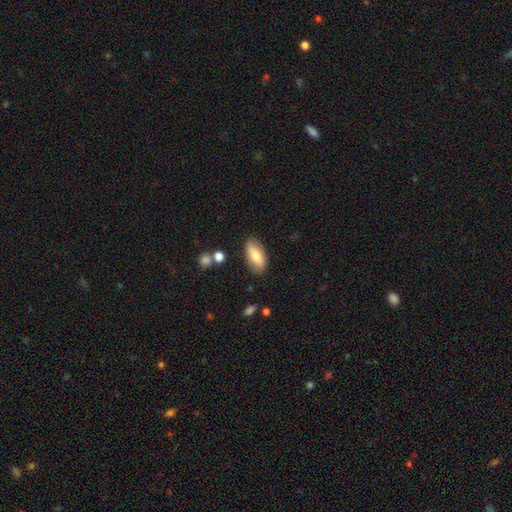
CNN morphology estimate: This appears to be a smooth galaxy with no disk features (68%) that is in between round and cigar-shaped (82%). Merging: none (85%).